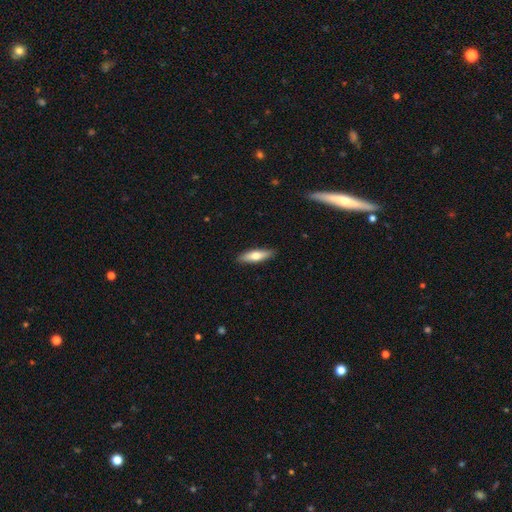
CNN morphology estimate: The model was most divided on "how rounded": cigar-shaped: 64%, in between: 34%, round: 2%. More confident: merging — none (90%); smooth or featured — smooth (65%).